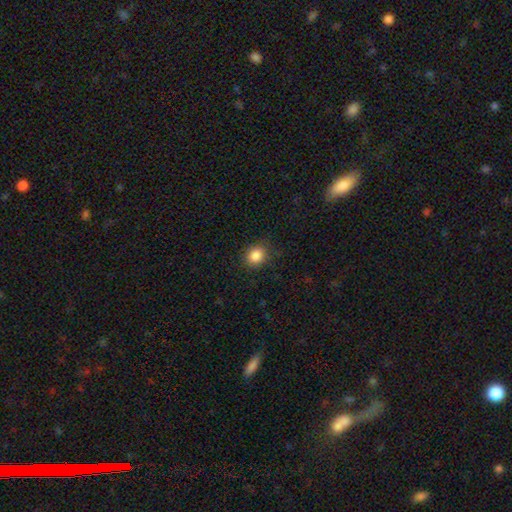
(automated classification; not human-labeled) Smooth or featured? Predicted: smooth (p=0.86). How rounded? Predicted: round (p=0.76). Merging? Predicted: none (p=0.86).